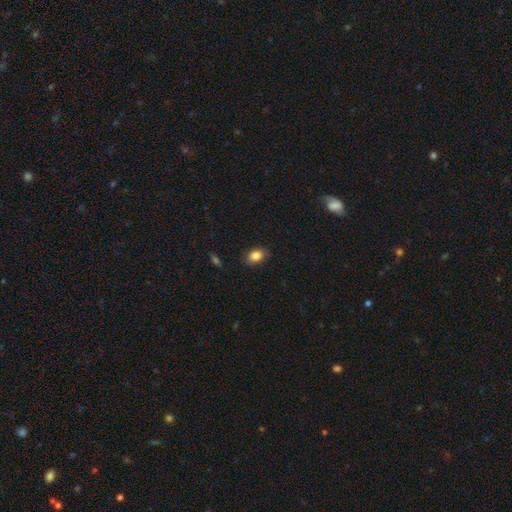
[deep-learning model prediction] Smooth or featured: smooth — 85% (star or artifact — 9%)
How rounded: in between — 77% (round — 21%)
Merging: none — 85% (minor disturbance — 12%)